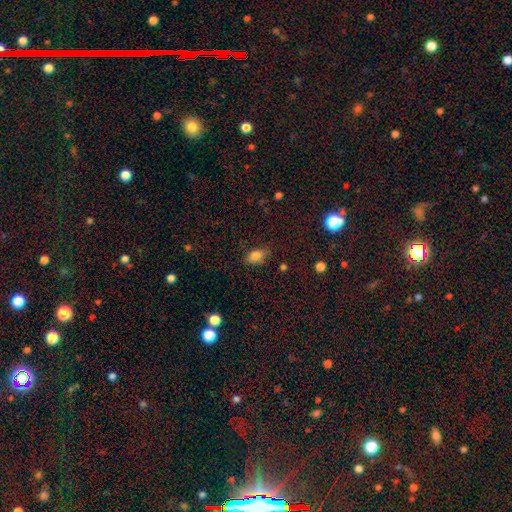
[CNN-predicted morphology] smooth_or_featured: smooth (p=0.82) [alt: star or artifact p=0.11]
how_rounded: in between (p=0.84) [alt: round p=0.13]
merging: none (p=0.74) [alt: minor disturbance p=0.19]